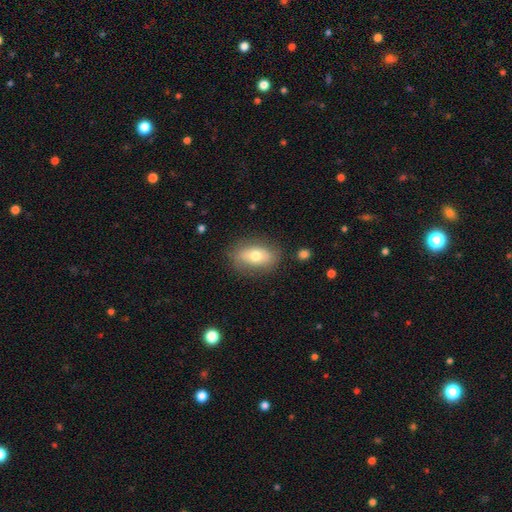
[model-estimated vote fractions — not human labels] The model was most divided on "smooth or featured": smooth: 67%, featured or disk: 26%, star or artifact: 7%. More confident: how rounded — in between (86%); merging — none (77%).